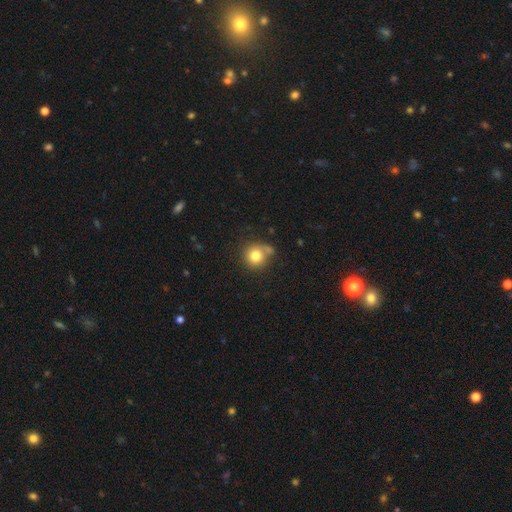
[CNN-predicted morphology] smooth_or_featured: smooth (p=0.80) [alt: star or artifact p=0.11]
how_rounded: round (p=0.89) [alt: in between p=0.10]
merging: none (p=0.63) [alt: minor disturbance p=0.17]